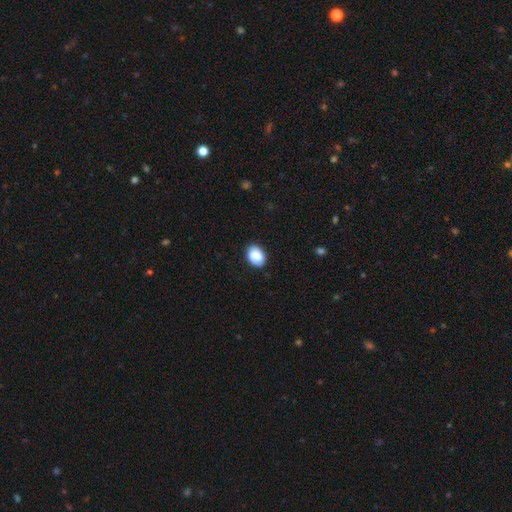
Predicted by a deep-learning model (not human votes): Smooth or featured?
  - smooth: 85% *
  - featured or disk: 8%
  - star or artifact: 7%
How rounded?
  - in between: 77% *
  - round: 22%
  - cigar-shaped: 1%
Merging?
  - none: 84% *
  - minor disturbance: 13%
  - major disturbance: 3%
  - merger: 1%